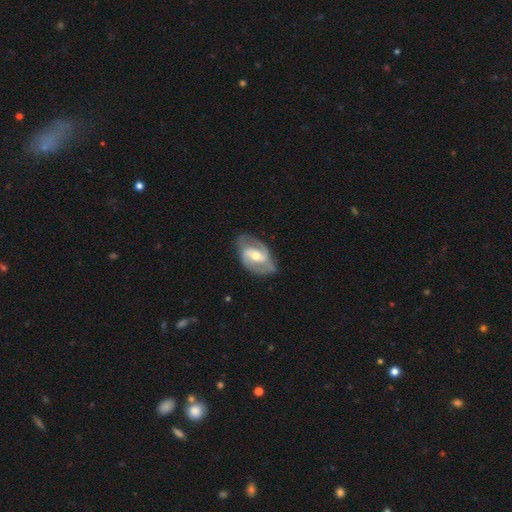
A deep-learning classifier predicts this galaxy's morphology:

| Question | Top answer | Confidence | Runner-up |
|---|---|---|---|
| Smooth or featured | featured or disk | 82% | smooth (13%) |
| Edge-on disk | no | 96% | yes (4%) |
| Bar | weak | 43% | strong (32%) |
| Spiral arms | yes | 88% | no (12%) |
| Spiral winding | medium | 50% | tight (30%) |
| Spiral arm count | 2 | 84% | can't tell (8%) |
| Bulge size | moderate | 67% | small (25%) |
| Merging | none | 70% | minor disturbance (21%) |